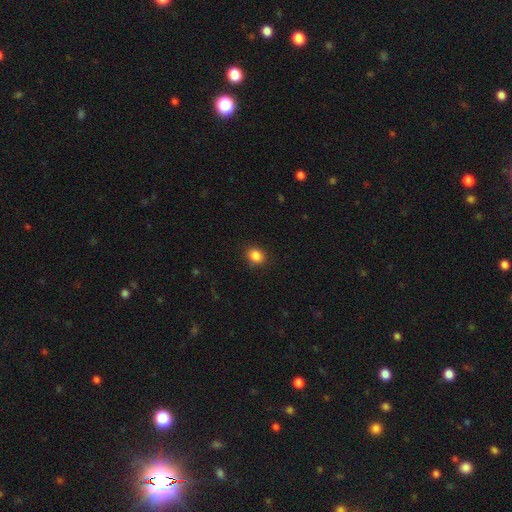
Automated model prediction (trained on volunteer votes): smooth-or-featured: smooth: 86% | star or artifact: 10% | featured or disk: 4%
  how-rounded: round: 56% | in between: 43% | cigar-shaped: 1%
  merging: none: 88% | minor disturbance: 9% | major disturbance: 2% | merger: 1%